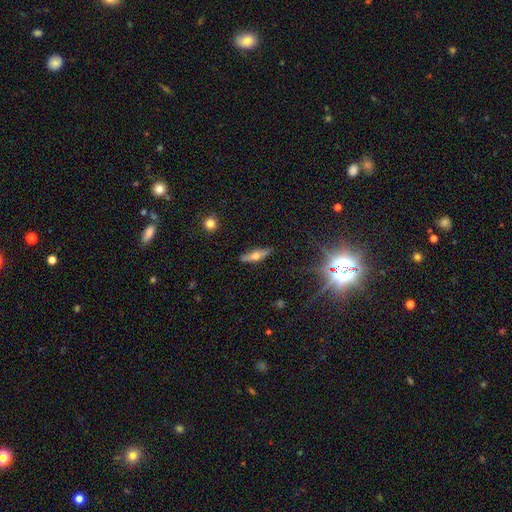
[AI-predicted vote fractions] This appears to be a featured or disk galaxy (49%). Merging: none (85%).